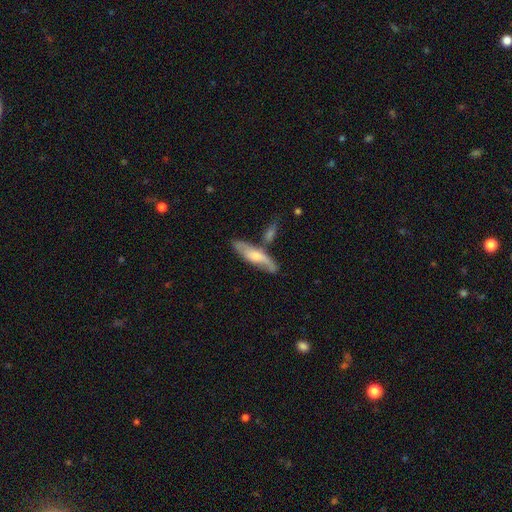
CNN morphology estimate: smooth_or_featured: featured or disk (p=0.49) [alt: smooth p=0.45]
merging: none (p=0.59) [alt: minor disturbance p=0.18]